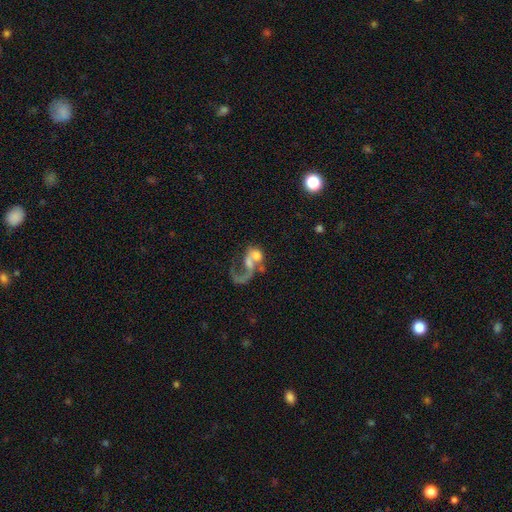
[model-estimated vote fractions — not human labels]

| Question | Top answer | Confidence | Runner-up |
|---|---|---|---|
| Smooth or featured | featured or disk | 60% | smooth (29%) |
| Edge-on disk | no | 97% | yes (3%) |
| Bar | no | 71% | weak (22%) |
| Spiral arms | yes | 62% | no (38%) |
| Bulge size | moderate | 30% | none (28%) |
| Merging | merger | 46% | major disturbance (32%) |